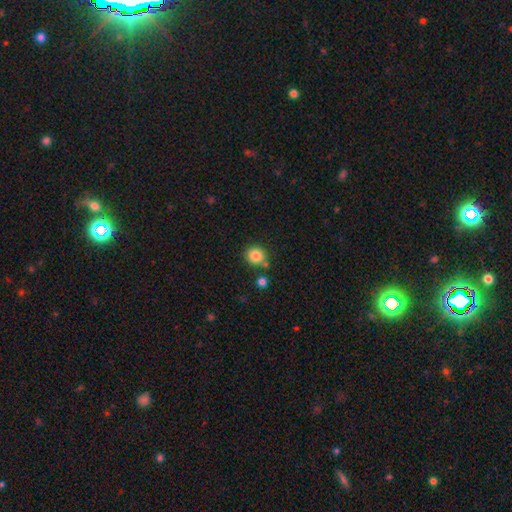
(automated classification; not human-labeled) smooth-or-featured: smooth: 85% | star or artifact: 10% | featured or disk: 5%
  how-rounded: round: 90% | in between: 9% | cigar-shaped: 1%
  merging: none: 79% | merger: 10% | minor disturbance: 9% | major disturbance: 3%